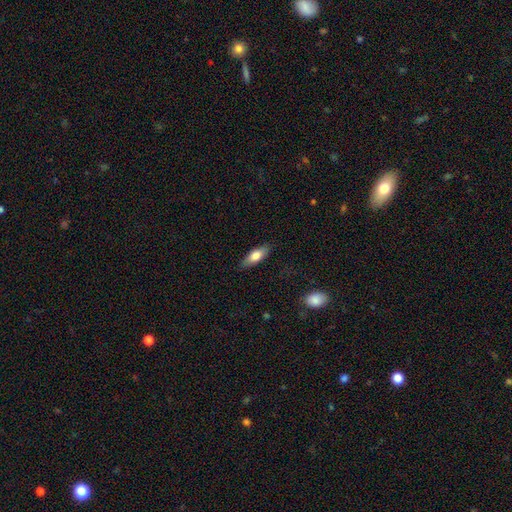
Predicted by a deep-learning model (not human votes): Overall: smooth (72%). How rounded: in between (67%; cigar-shaped 30%). Merging: none (86%).